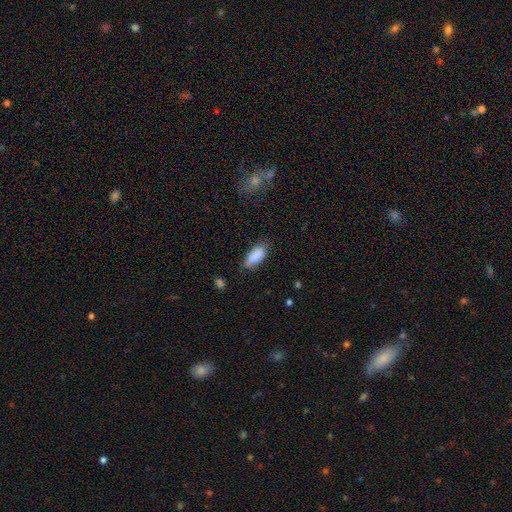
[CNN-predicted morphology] Overall: smooth (87%). How rounded: in between (85%). Merging: none (71%).